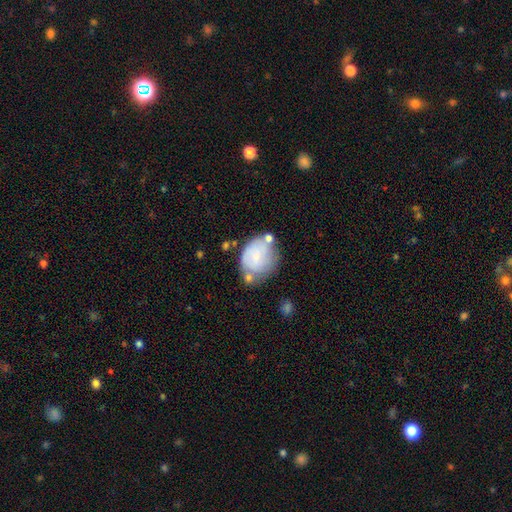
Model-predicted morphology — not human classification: smooth-or-featured: smooth: 63% | featured or disk: 29% | star or artifact: 8%
  how-rounded: in between: 56% | round: 43% | cigar-shaped: 1%
  merging: none: 44% | minor disturbance: 28% | merger: 15% | major disturbance: 13%